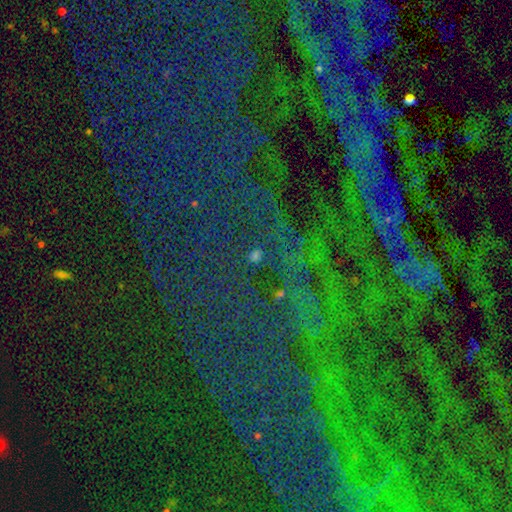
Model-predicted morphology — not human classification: The model was most divided on "smooth or featured": star or artifact: 78%, smooth: 14%, featured or disk: 8%.